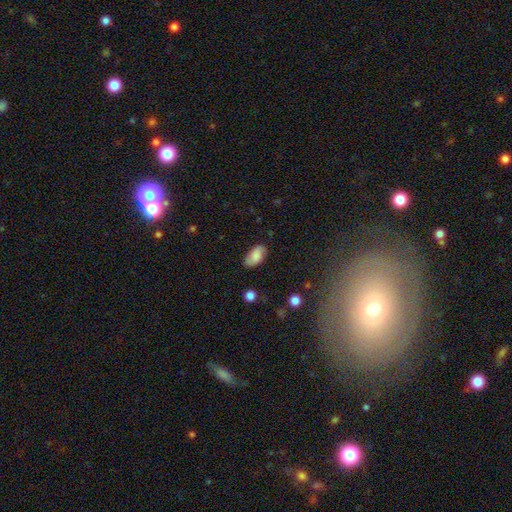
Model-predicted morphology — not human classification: The model was most divided on "merging": none: 77%, minor disturbance: 17%, major disturbance: 4%, merger: 2%. More confident: how rounded — in between (93%); smooth or featured — smooth (78%).